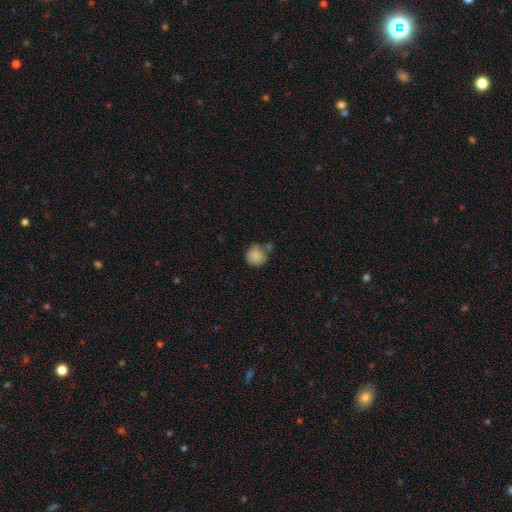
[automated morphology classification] Overall: smooth (86%). How rounded: round (90%). Merging: none (59%).